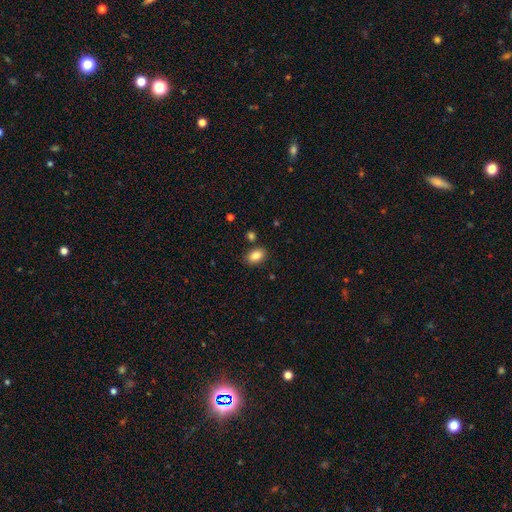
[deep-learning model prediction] This is clearly a smooth galaxy (86%). How rounded: clearly in between (85%). Merging: clearly none (82%).